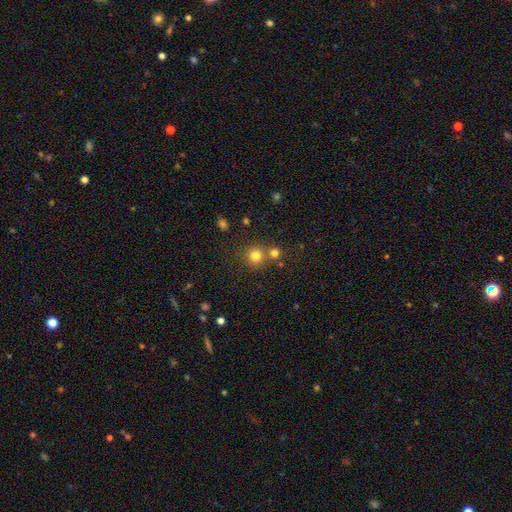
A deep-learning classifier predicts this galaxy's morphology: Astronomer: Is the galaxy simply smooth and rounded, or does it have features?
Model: smooth — 78%.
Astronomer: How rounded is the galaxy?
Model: round — 92%.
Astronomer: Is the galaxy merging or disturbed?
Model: none — 70%.